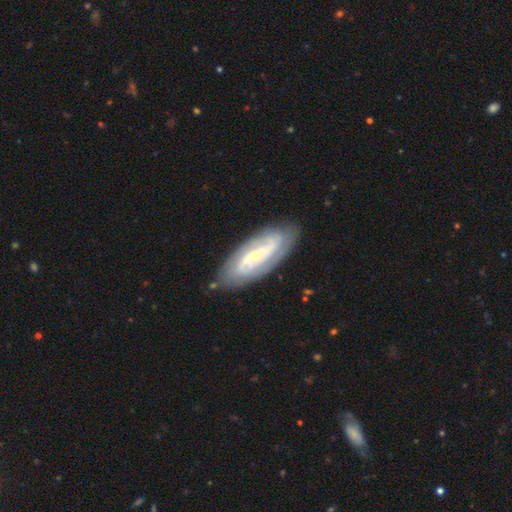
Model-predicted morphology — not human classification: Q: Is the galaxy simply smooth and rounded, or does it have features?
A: featured or disk — 83%.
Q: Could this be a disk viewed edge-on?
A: no — 91%.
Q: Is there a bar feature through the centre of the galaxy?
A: no — 39%.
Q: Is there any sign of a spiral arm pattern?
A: yes — 94%.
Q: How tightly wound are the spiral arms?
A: medium — 40%, tied with tight.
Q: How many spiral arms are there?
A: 2 — 63%.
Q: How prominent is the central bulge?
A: small — 76%.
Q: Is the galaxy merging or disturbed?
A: none — 82%.